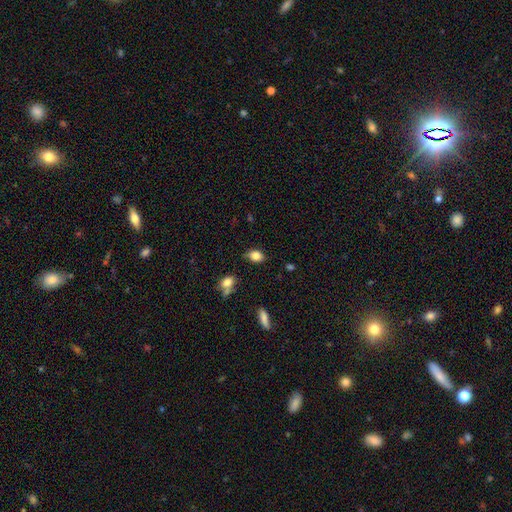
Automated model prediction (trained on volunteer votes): Smooth or featured? smooth (82%)
How rounded? in between (73%)
Merging? none (74%)